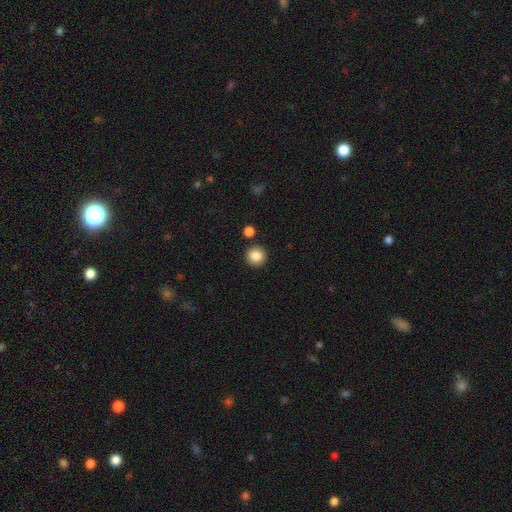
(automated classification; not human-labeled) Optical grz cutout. It shows a smooth galaxy with no disk features (86%) that is round (95%). Merging: none (89%).